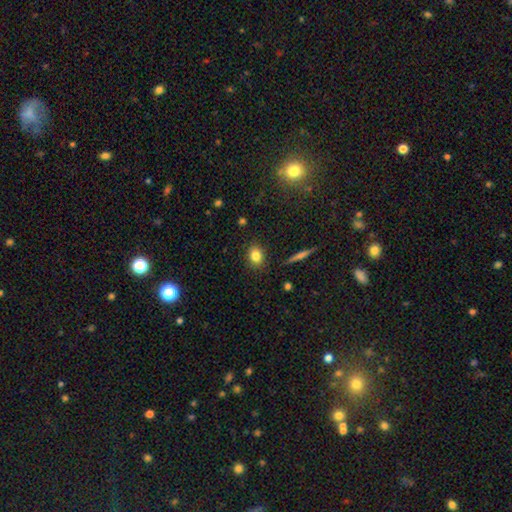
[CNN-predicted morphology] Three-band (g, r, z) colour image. It shows a smooth galaxy with no disk features (82%) that is in between round and cigar-shaped (58%). Merging: none (87%).